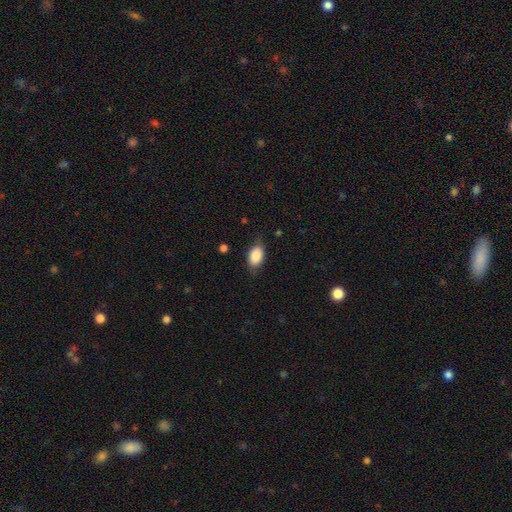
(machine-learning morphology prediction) Overall: smooth (85%). How rounded: in between (86%). Merging: none (72%).